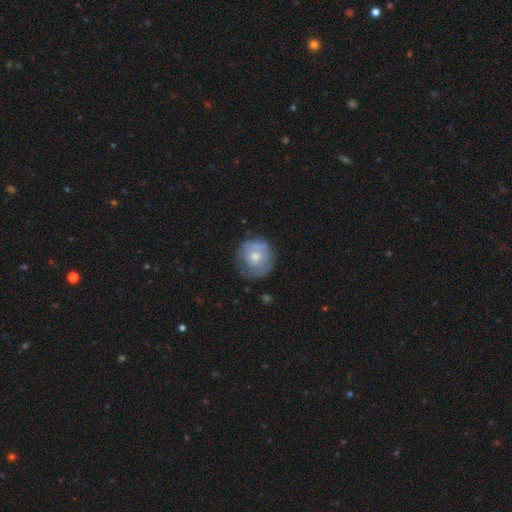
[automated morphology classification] The model was most divided on "smooth or featured": smooth: 61%, featured or disk: 32%, star or artifact: 7%. More confident: how rounded — round (91%); merging — none (69%).